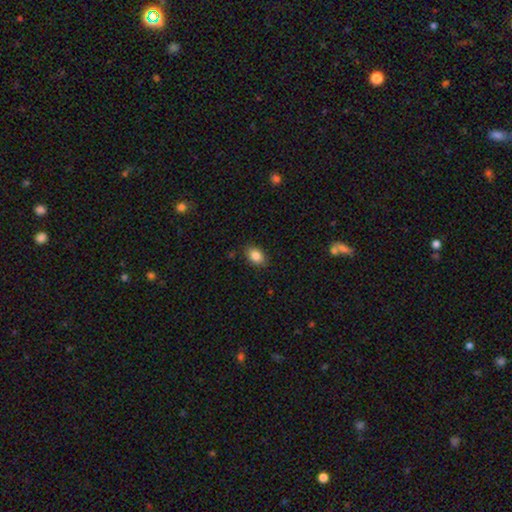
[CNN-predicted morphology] A smooth galaxy with no disk features (85%) that is in between round and cigar-shaped (82%).

Vote fractions:
- Smooth or featured? smooth: 85% / star or artifact: 8% / featured or disk: 6%
- How rounded? in between: 82% / round: 16% / cigar-shaped: 1%
- Merging? none: 86% / minor disturbance: 10% / major disturbance: 2% / merger: 1%